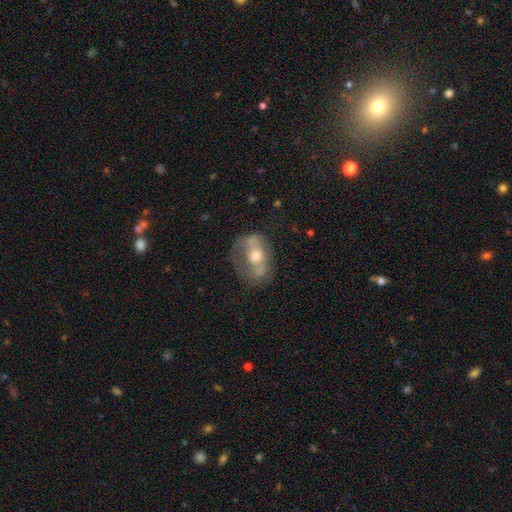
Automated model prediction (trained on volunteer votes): smooth-or-featured: featured or disk: 58% | smooth: 33% | star or artifact: 10%
  disk-edge-on: no: 94% | yes: 6%
    bar: no: 65% | weak: 24% | strong: 11%
    has-spiral-arms: no: 67% | yes: 33%
    bulge-size: moderate: 63% | small: 20% | large: 12% | none: 3% | dominant: 2%
  merging: none: 44% | major disturbance: 25% | minor disturbance: 24% | merger: 8%